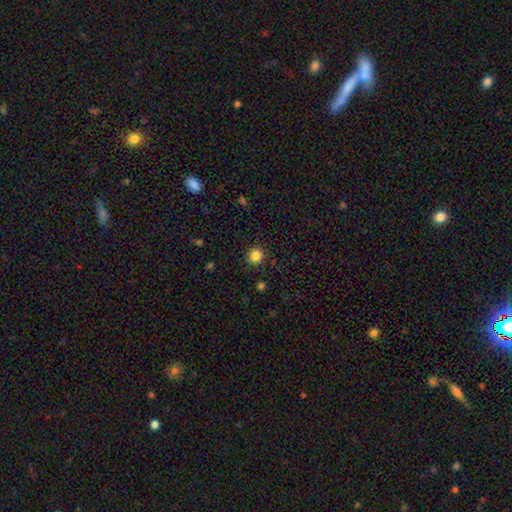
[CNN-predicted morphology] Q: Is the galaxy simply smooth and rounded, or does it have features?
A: smooth — 85%.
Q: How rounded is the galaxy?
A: round — 90%.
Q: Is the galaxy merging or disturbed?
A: none — 90%.